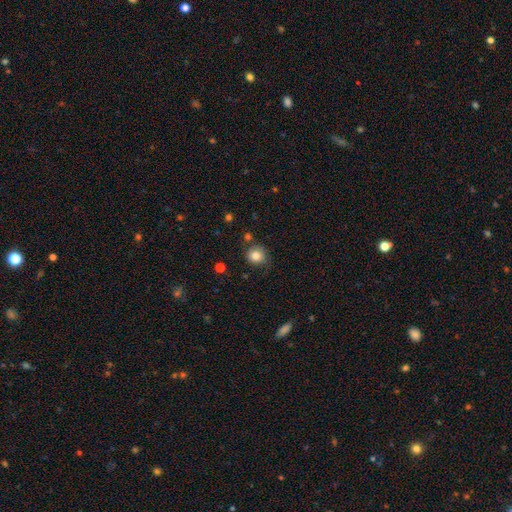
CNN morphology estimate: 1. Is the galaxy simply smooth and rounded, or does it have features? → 83% smooth, 10% star or artifact, 7% featured or disk.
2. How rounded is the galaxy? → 87% round, 12% in between, 1% cigar-shaped.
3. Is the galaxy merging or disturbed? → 75% none, 16% minor disturbance, 5% merger, 4% major disturbance.